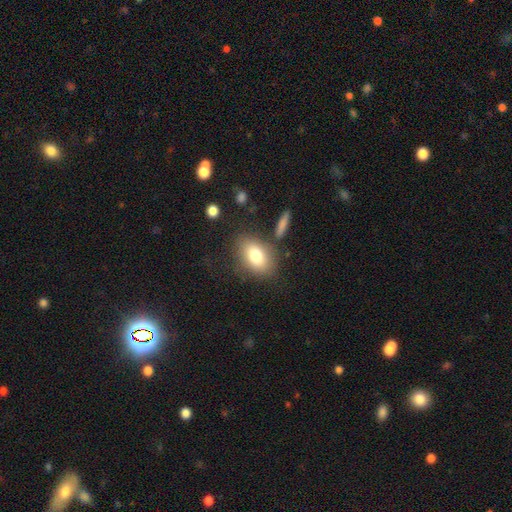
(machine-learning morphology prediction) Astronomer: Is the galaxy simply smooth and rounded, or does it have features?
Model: smooth — 78%.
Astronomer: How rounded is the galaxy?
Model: in between — 82%.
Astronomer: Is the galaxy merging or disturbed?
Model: none — 75%.